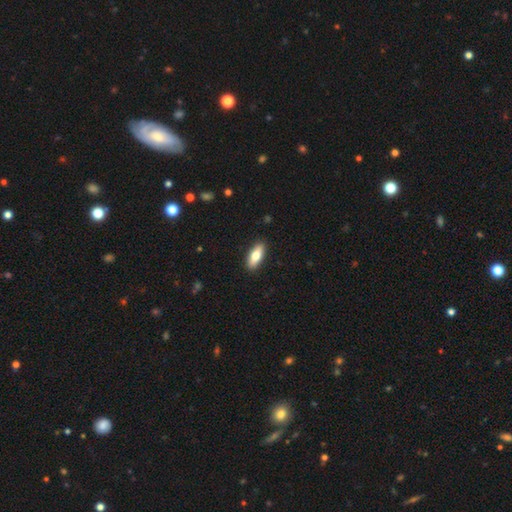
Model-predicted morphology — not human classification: Smooth or featured? Predicted: smooth (p=0.74). How rounded? Predicted: in between (p=0.74). Merging? Predicted: none (p=0.90).